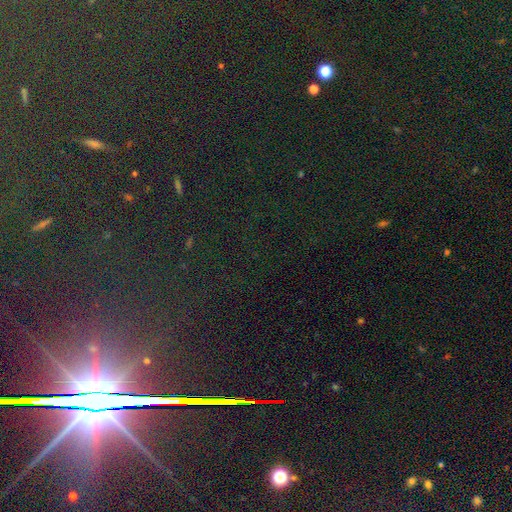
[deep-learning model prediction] A star or artifact, not a galaxy (85%).